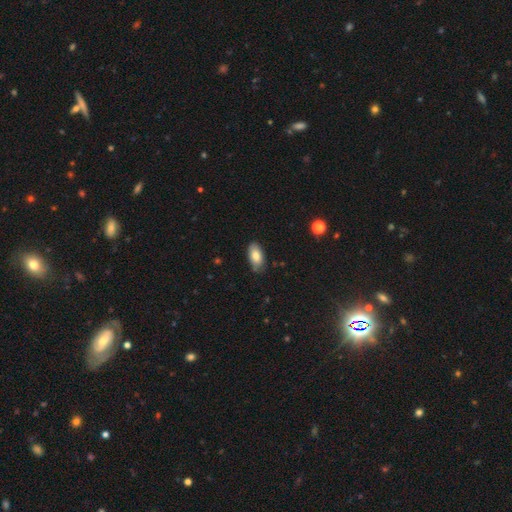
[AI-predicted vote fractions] smooth_or_featured: smooth (p=0.82) [alt: featured or disk p=0.11]
how_rounded: in between (p=0.93) [alt: cigar-shaped p=0.04]
merging: none (p=0.80) [alt: minor disturbance p=0.17]